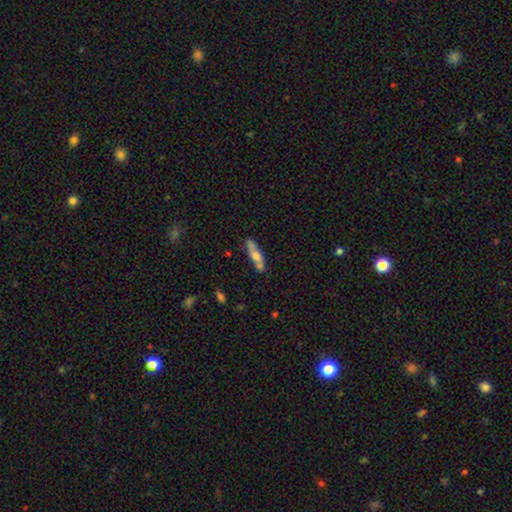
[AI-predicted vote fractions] smooth-or-featured: featured or disk: 47% | smooth: 45% | star or artifact: 8%
  merging: none: 76% | minor disturbance: 15% | merger: 5% | major disturbance: 4%